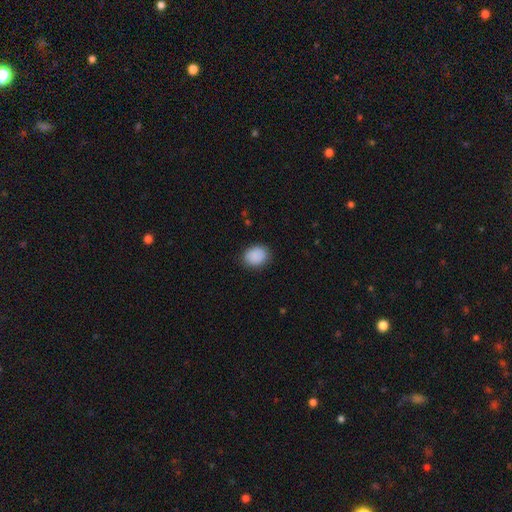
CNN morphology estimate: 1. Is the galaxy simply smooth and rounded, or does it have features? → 90% smooth, 7% star or artifact, 3% featured or disk.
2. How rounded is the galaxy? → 54% in between, 45% round, 1% cigar-shaped.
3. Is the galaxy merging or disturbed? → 85% none, 11% minor disturbance, 3% major disturbance, 1% merger.